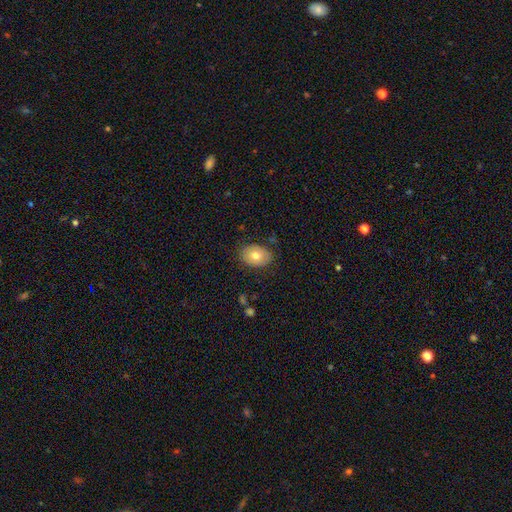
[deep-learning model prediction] Morphology: type=smooth (75%); roundness=in between (76%); merging=none (83%).